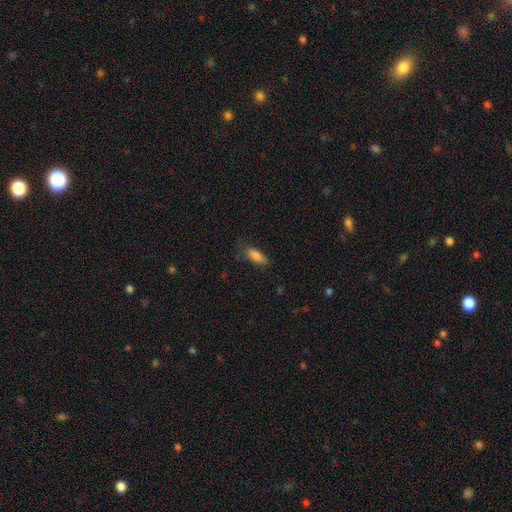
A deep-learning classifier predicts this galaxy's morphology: smooth 83%, featured or disk 10%, star or artifact 8%. Down the decision tree: how rounded — in between (71%); merging — none (66%).